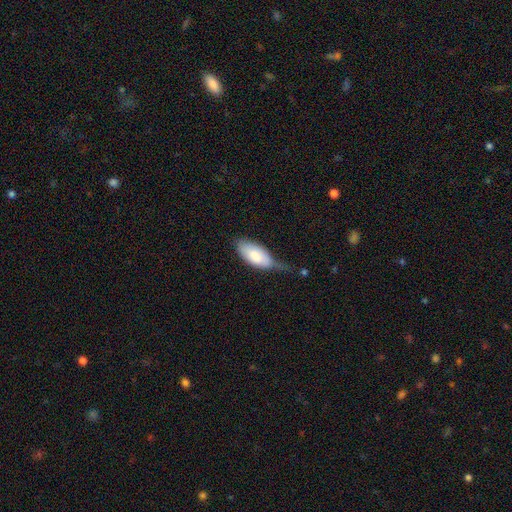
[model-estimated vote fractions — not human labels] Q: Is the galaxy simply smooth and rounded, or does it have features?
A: smooth — 81%.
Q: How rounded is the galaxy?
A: in between — 91%.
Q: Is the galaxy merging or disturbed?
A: minor disturbance — 47%.